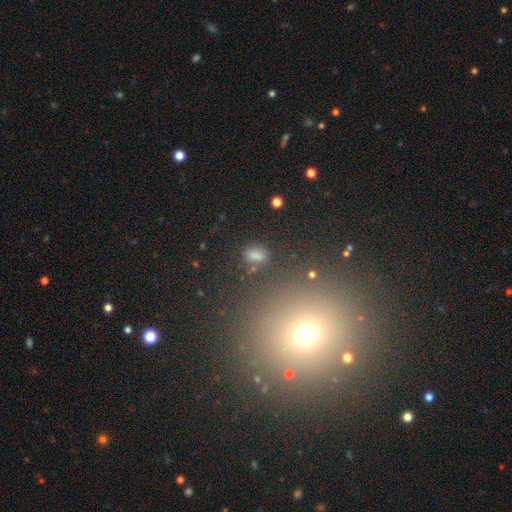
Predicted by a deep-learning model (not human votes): The model was most divided on "merging": none: 69%, minor disturbance: 16%, major disturbance: 8%, merger: 7%. More confident: how rounded — in between (77%); smooth or featured — smooth (72%).